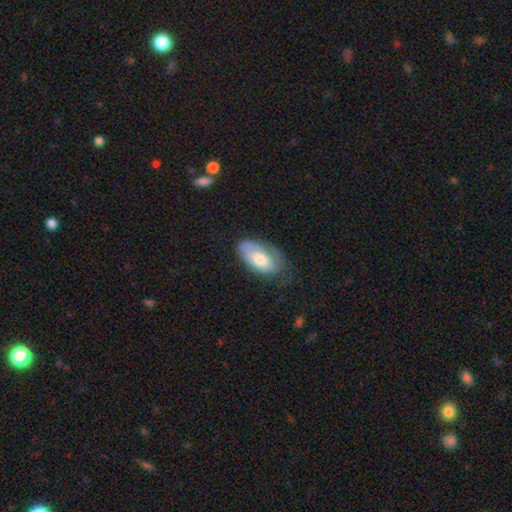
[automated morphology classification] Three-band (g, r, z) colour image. It shows a smooth galaxy with no disk features (58%) that is in between round and cigar-shaped (93%). Merging: none (53%).